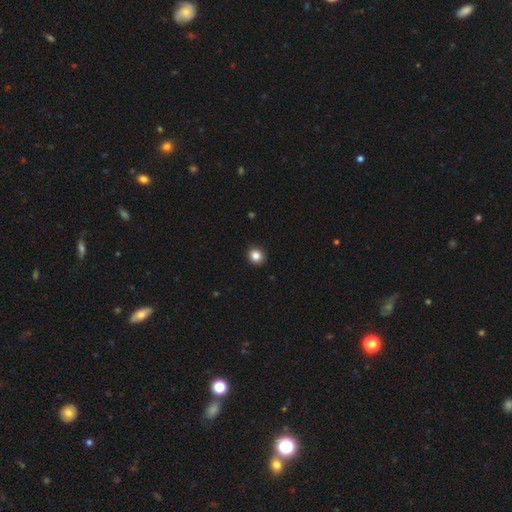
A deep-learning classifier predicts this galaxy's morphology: Smooth or featured?
  - smooth: 85% *
  - star or artifact: 11%
  - featured or disk: 4%
How rounded?
  - round: 85% *
  - in between: 14%
  - cigar-shaped: 1%
Merging?
  - none: 93% *
  - minor disturbance: 5%
  - major disturbance: 1%
  - merger: 1%